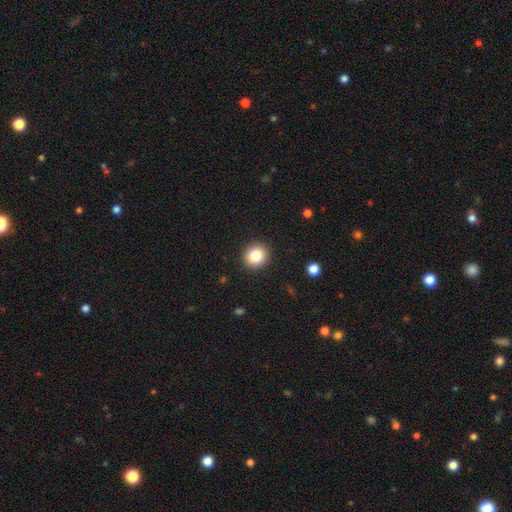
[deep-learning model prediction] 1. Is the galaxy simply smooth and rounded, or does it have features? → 83% smooth, 10% star or artifact, 7% featured or disk.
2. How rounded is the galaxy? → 87% round, 12% in between, 1% cigar-shaped.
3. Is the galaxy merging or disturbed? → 91% none, 6% minor disturbance, 2% major disturbance, 1% merger.